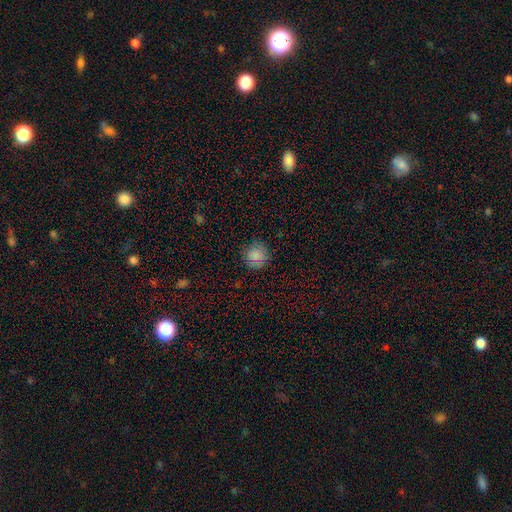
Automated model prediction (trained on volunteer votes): Smooth or featured? smooth (83%)
How rounded? round (92%)
Merging? none (84%)